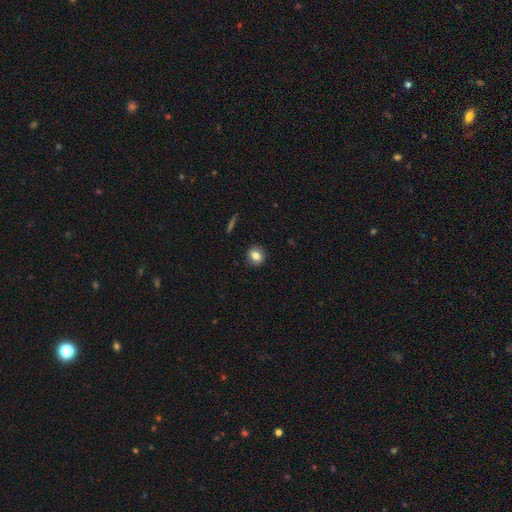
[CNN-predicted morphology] A smooth galaxy with no disk features (80%) that is round (79%). Merging: none (90%).